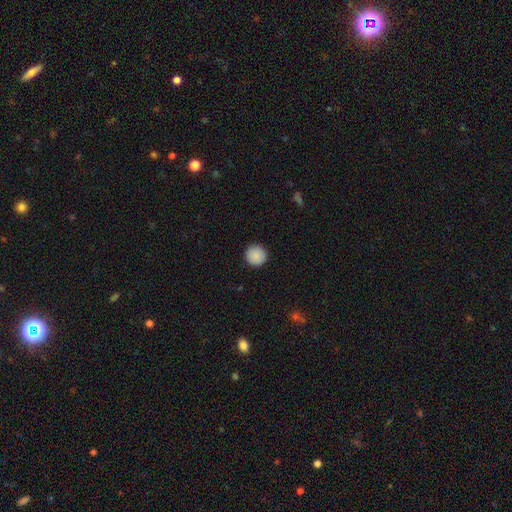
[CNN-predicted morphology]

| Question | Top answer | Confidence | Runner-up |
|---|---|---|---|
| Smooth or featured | smooth | 89% | star or artifact (8%) |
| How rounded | round | 95% | in between (4%) |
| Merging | none | 92% | minor disturbance (5%) |